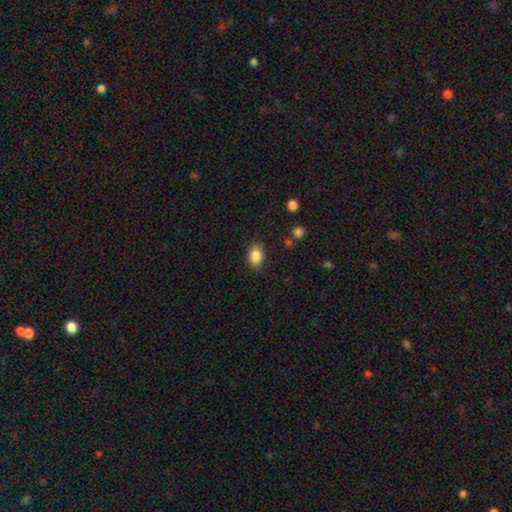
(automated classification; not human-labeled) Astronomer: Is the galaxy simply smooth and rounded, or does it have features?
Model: smooth — 86%.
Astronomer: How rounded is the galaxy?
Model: in between — 77%.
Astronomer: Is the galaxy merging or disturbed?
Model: none — 85%.